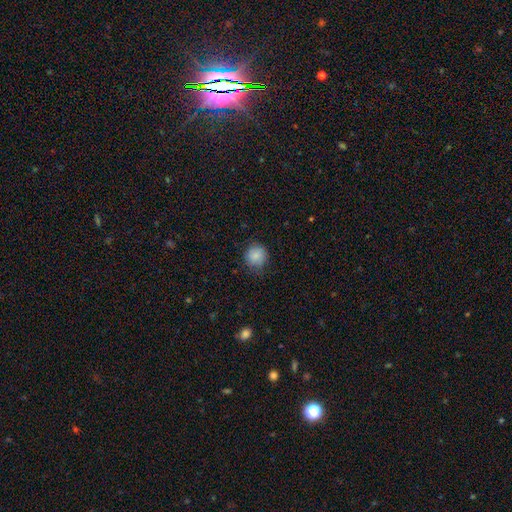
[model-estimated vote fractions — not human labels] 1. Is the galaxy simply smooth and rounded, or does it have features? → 86% smooth, 9% star or artifact, 6% featured or disk.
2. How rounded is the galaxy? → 89% round, 11% in between, 1% cigar-shaped.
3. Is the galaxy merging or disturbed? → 77% none, 18% minor disturbance, 4% major disturbance, 1% merger.